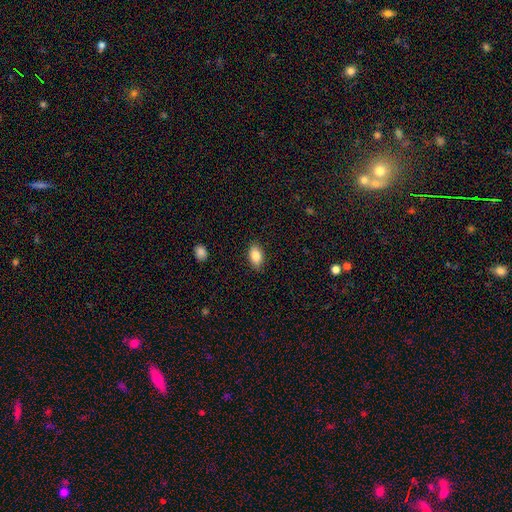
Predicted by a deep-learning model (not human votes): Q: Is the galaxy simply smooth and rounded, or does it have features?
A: smooth — 86%.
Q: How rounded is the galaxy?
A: in between — 91%.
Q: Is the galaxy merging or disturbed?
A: none — 87%.